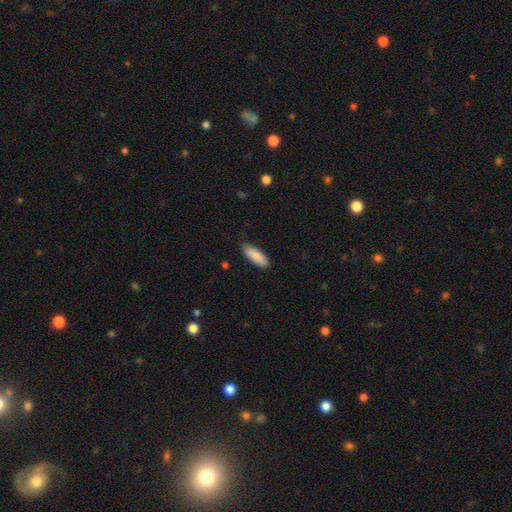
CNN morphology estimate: The model was most divided on "how rounded": in between: 66%, cigar-shaped: 32%, round: 1%. More confident: smooth or featured — smooth (88%); merging — none (84%).